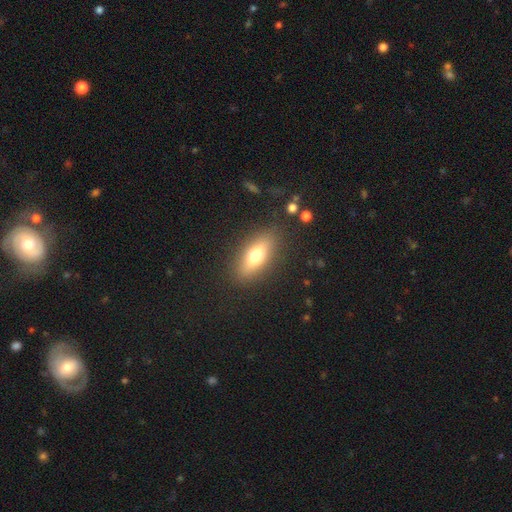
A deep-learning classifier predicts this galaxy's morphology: This is likely a smooth galaxy (69%). How rounded: likely in between (72%). Merging: clearly none (86%).